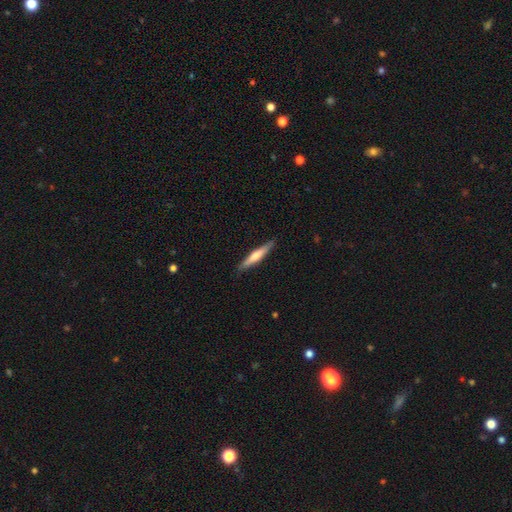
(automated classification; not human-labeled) Smooth or featured: smooth — 51% (featured or disk — 43%)
How rounded: cigar-shaped — 93% (in between — 6%)
Merging: none — 89% (minor disturbance — 9%)